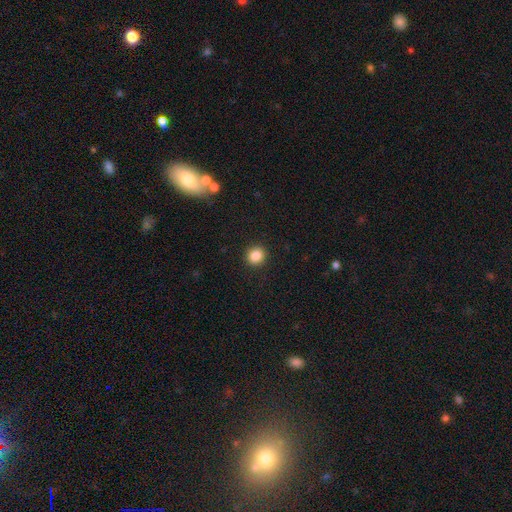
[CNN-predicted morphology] A smooth galaxy with no disk features (86%) that is round (87%). Merging: none (92%).